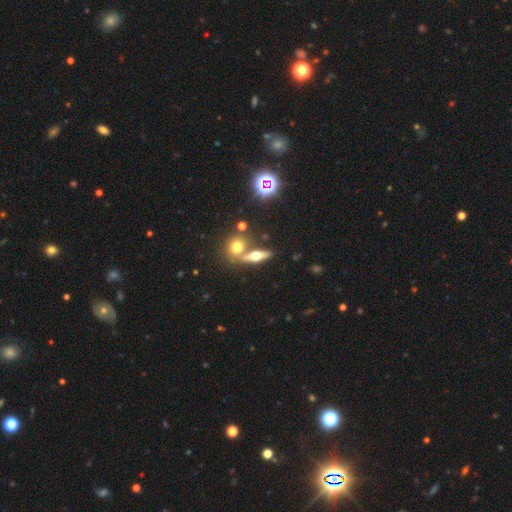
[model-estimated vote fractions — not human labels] Q: Smooth or featured?
A: featured or disk (51%); runner-up: smooth (36%)
Q: Edge-on disk?
A: yes (85%); runner-up: no (15%)
Q: Merging?
A: none (62%); runner-up: merger (26%)